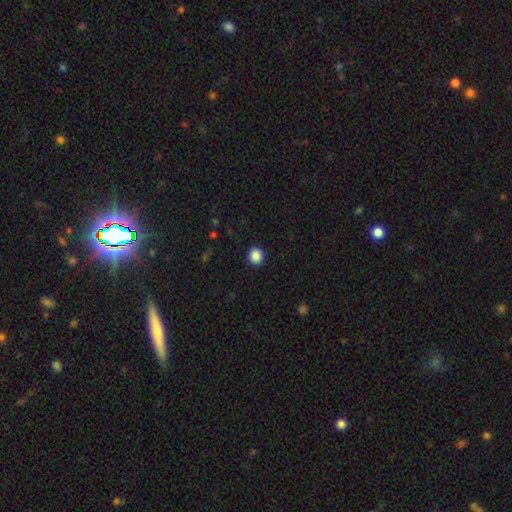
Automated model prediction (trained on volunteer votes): This is clearly a smooth galaxy (88%). How rounded: clearly round (90%). Merging: clearly none (91%).